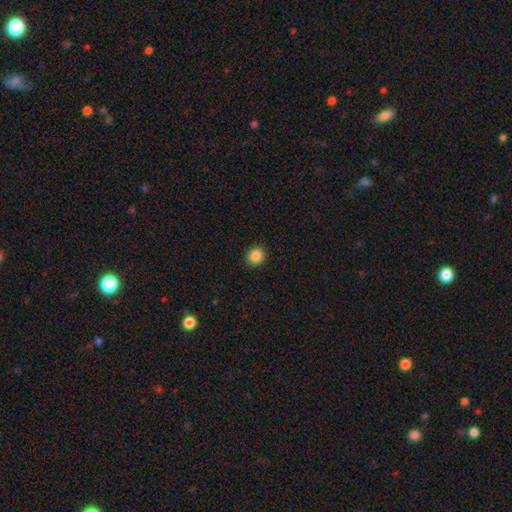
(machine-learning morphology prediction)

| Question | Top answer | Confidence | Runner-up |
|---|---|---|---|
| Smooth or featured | smooth | 87% | star or artifact (10%) |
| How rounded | round | 88% | in between (11%) |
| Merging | none | 92% | minor disturbance (5%) |